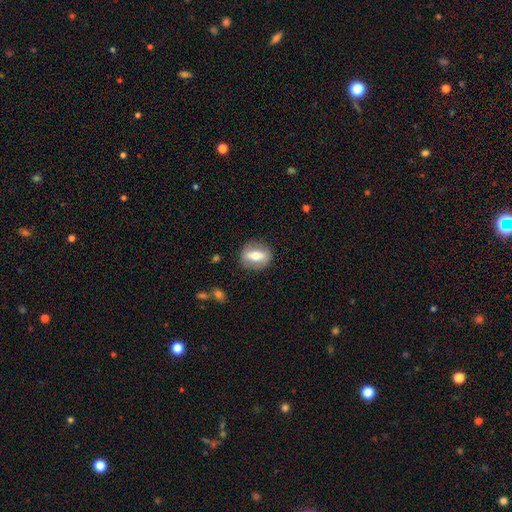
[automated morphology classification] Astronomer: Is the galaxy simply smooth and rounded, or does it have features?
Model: smooth — 50% (runner-up: featured or disk, 44%).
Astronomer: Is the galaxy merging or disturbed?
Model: none — 85%.